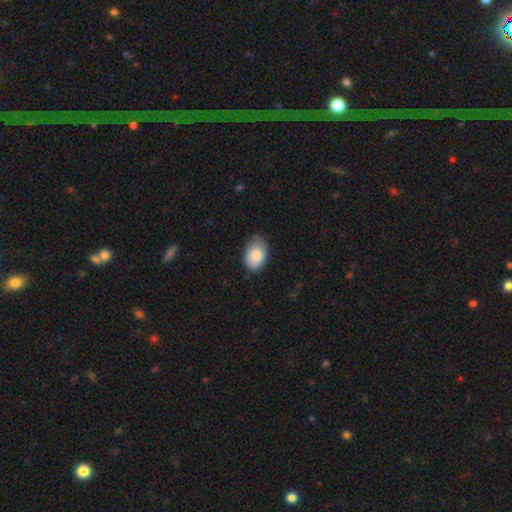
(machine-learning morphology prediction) Smooth or featured: smooth — 88% (star or artifact — 7%)
How rounded: in between — 87% (round — 12%)
Merging: none — 71% (minor disturbance — 24%)